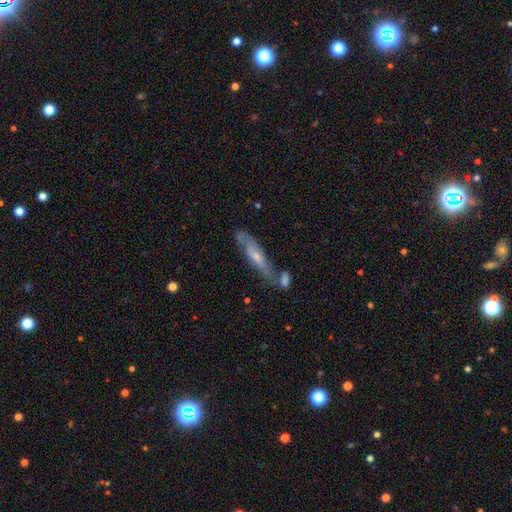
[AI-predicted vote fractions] The model was most divided on "edge-on disk": yes: 52%, no: 48%. More confident: smooth or featured — featured or disk (60%); merging — none (54%).